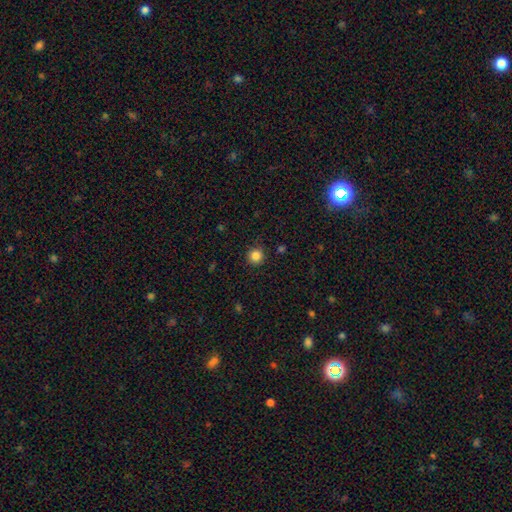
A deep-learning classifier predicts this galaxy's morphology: smooth_or_featured: smooth (p=0.85) [alt: star or artifact p=0.11]
how_rounded: round (p=0.94) [alt: in between p=0.05]
merging: none (p=0.89) [alt: minor disturbance p=0.08]